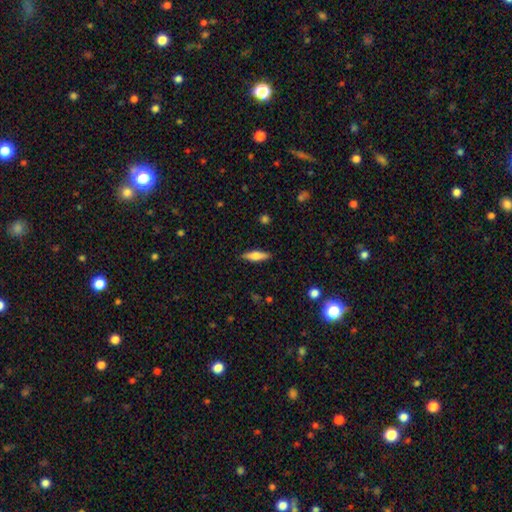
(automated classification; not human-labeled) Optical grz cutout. It shows a smooth galaxy with no disk features (62%) that is cigar-shaped (65%). Merging: none (88%).